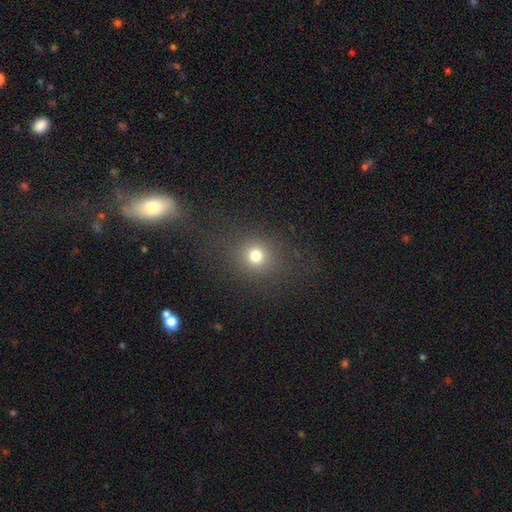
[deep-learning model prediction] Overall: smooth (74%). How rounded: round (82%). Merging: none (80%).